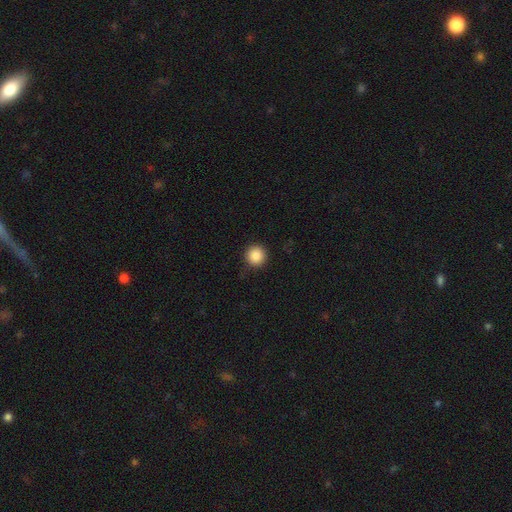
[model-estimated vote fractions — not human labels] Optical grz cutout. It shows a smooth galaxy with no disk features (88%) that is round (95%). Merging: none (89%).